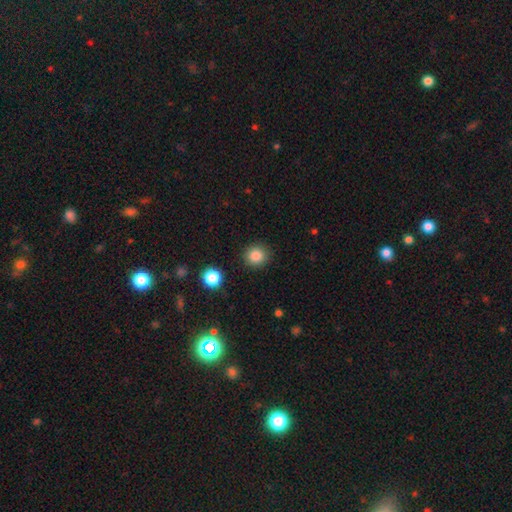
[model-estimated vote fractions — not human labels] A smooth galaxy with no disk features (85%) that is round (91%).

Vote fractions:
- Smooth or featured? smooth: 85% / star or artifact: 11% / featured or disk: 4%
- How rounded? round: 91% / in between: 8% / cigar-shaped: 1%
- Merging? none: 90% / minor disturbance: 6% / major disturbance: 2% / merger: 2%